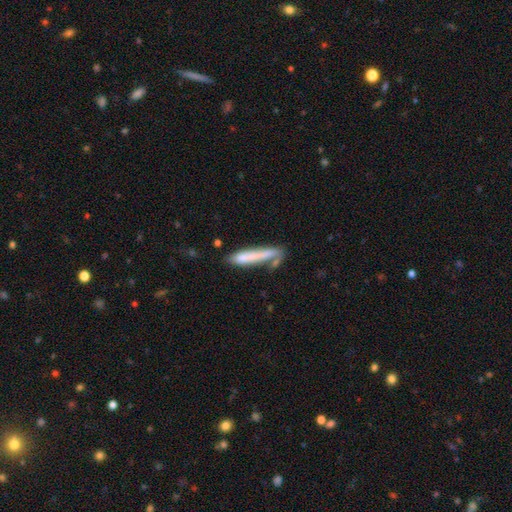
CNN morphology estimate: type=smooth (62%); roundness=cigar-shaped (92%); merging=none (58%).